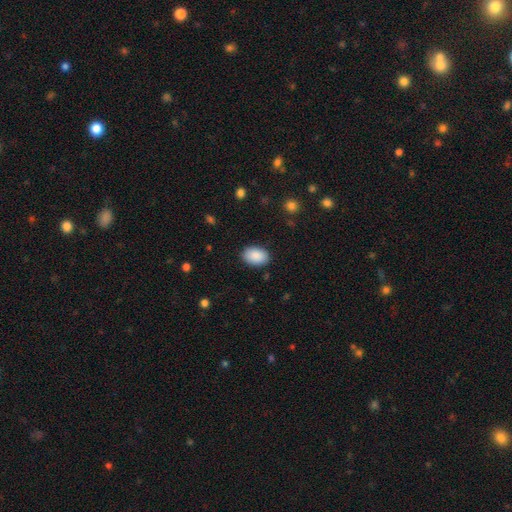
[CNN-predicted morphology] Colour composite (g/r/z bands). It shows a smooth galaxy with no disk features (90%) that is in between round and cigar-shaped (86%). Merging: none (88%).